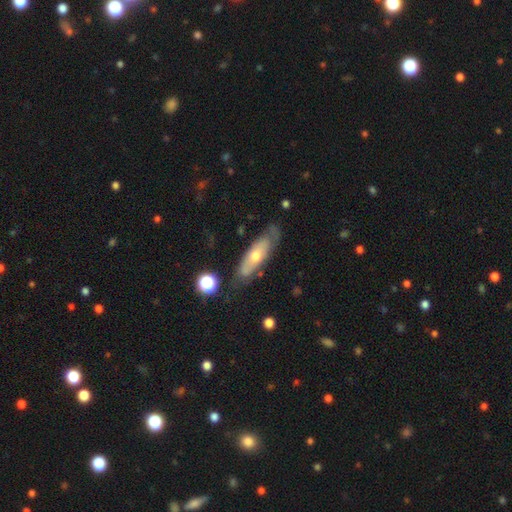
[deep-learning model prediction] smooth_or_featured: featured or disk (p=0.49) [alt: smooth p=0.45]
merging: none (p=0.67) [alt: minor disturbance p=0.23]